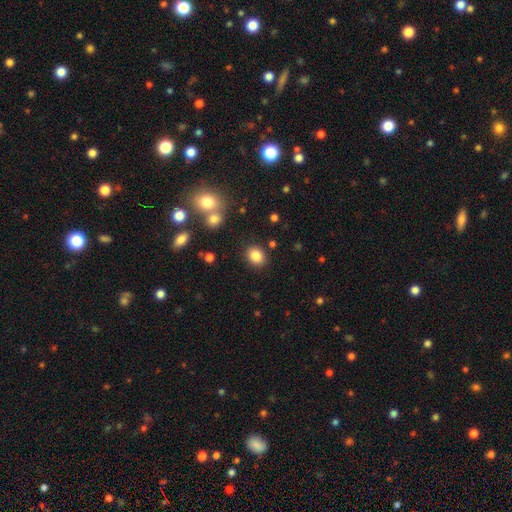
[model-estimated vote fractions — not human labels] The model was most divided on "how rounded": round: 51%, in between: 48%, cigar-shaped: 1%. More confident: smooth or featured — smooth (85%); merging — none (84%).